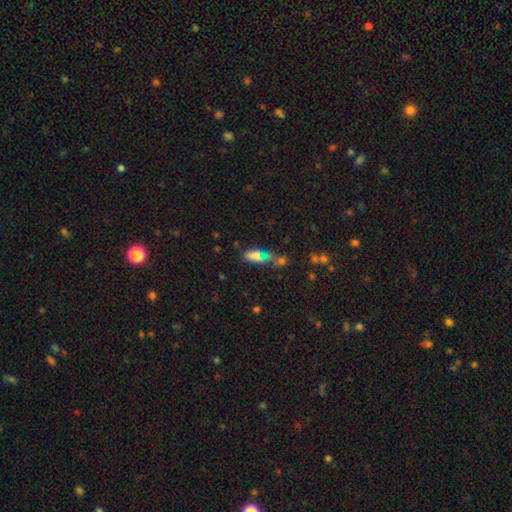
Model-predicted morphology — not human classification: This is likely a smooth galaxy (64%). How rounded: likely in between (70%). Merging: marginally none (39%).